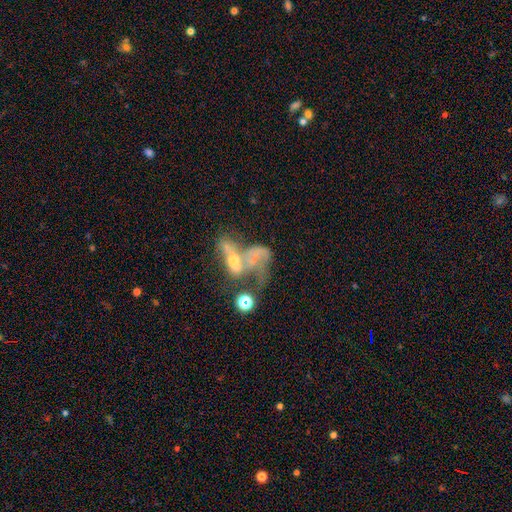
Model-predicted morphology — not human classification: This appears to be a featured or disk galaxy (48%). Merging: merger (63%).